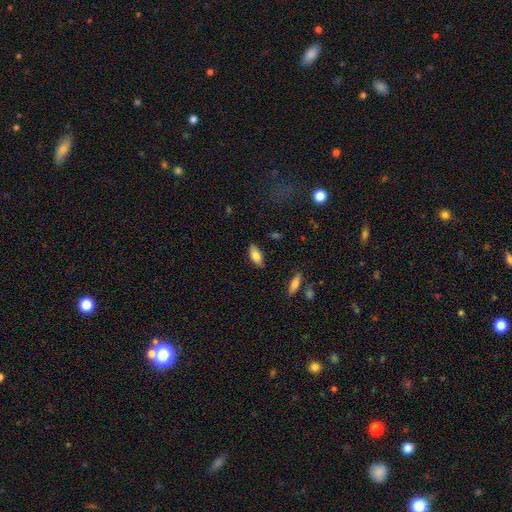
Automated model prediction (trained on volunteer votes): smooth_or_featured: smooth (p=0.78) [alt: featured or disk p=0.15]
how_rounded: in between (p=0.85) [alt: cigar-shaped p=0.12]
merging: none (p=0.84) [alt: minor disturbance p=0.12]